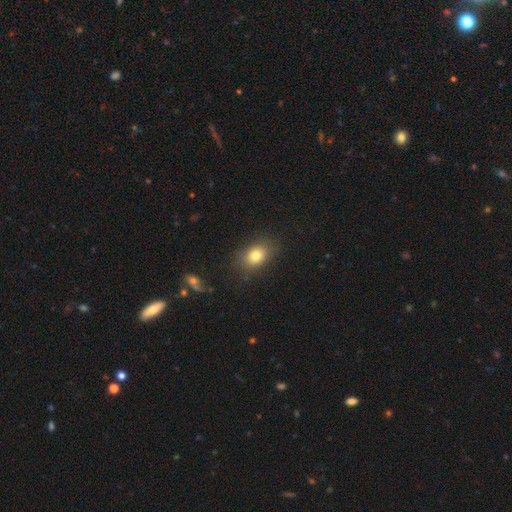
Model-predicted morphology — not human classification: A smooth galaxy with no disk features (79%) that is in between round and cigar-shaped (66%).

Vote fractions:
- Smooth or featured? smooth: 79% / star or artifact: 11% / featured or disk: 9%
- How rounded? in between: 66% / round: 33% / cigar-shaped: 1%
- Merging? none: 80% / minor disturbance: 14% / major disturbance: 4% / merger: 2%